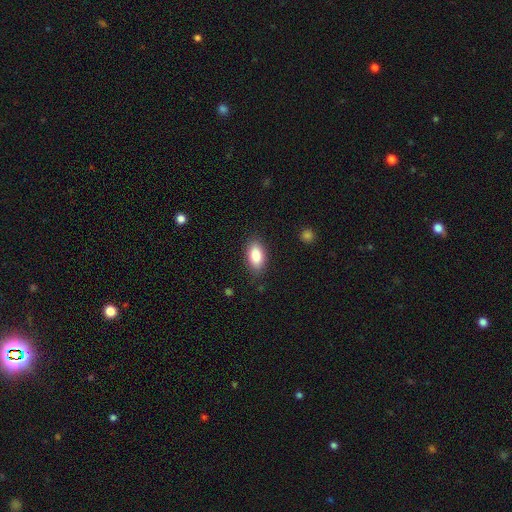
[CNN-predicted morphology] Smooth or featured: smooth — 87% (star or artifact — 7%)
How rounded: in between — 92% (cigar-shaped — 4%)
Merging: none — 85% (minor disturbance — 11%)